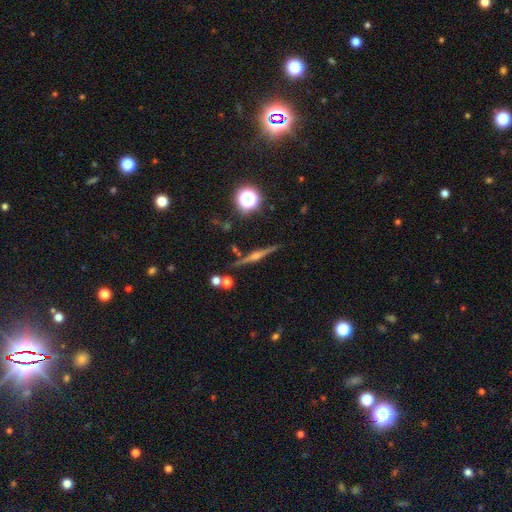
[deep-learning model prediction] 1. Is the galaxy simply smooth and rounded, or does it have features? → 78% featured or disk, 12% smooth, 10% star or artifact.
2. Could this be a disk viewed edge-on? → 98% yes, 2% no.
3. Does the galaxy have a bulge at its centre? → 90% rounded, 5% boxy, 5% none.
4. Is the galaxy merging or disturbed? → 88% none, 7% minor disturbance, 3% merger, 2% major disturbance.